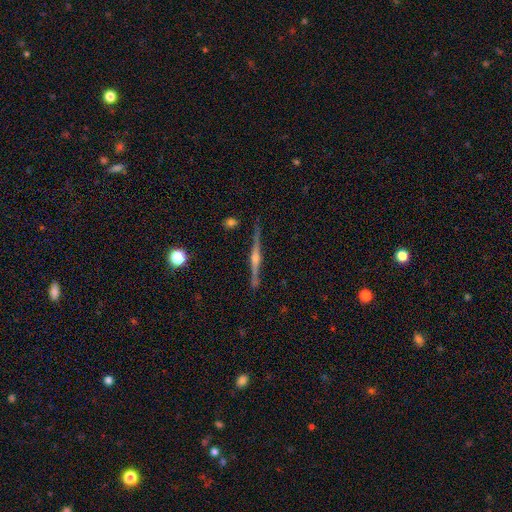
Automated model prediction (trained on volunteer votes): featured or disk 86%, smooth 8%, star or artifact 6%. Down the decision tree: edge-on disk — yes (99%); edge-on bulge — rounded (91%); merging — none (90%).